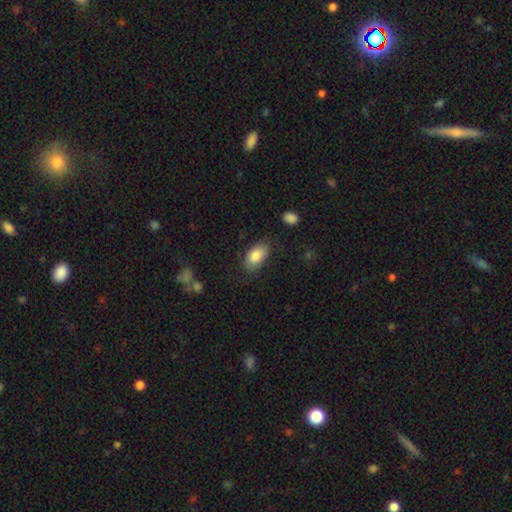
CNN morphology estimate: Smooth or featured? Predicted: smooth (p=0.84). How rounded? Predicted: in between (p=0.93). Merging? Predicted: none (p=0.75).